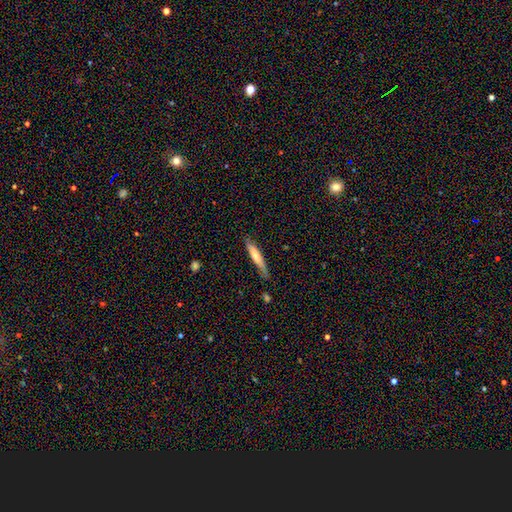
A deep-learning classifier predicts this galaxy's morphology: Overall: smooth (62%; featured or disk 32%). How rounded: cigar-shaped (89%). Merging: none (74%).